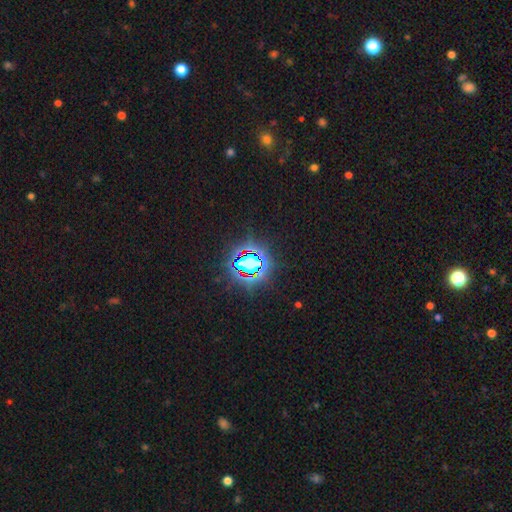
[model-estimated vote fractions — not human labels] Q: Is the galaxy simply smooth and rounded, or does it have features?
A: star or artifact — 80%.